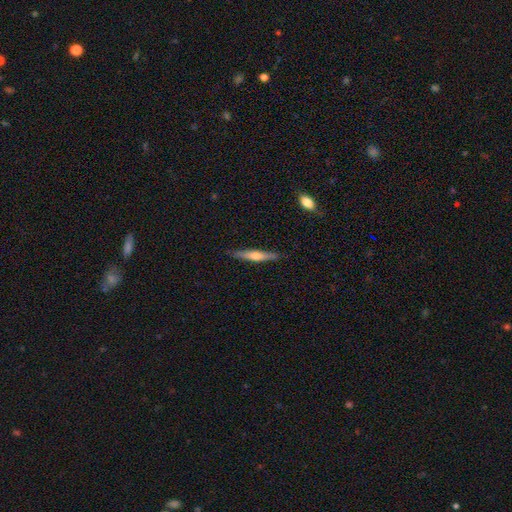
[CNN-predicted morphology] featured or disk 50%, smooth 44%, star or artifact 6%. Down the decision tree: edge-on disk — yes (96%); merging — none (88%).